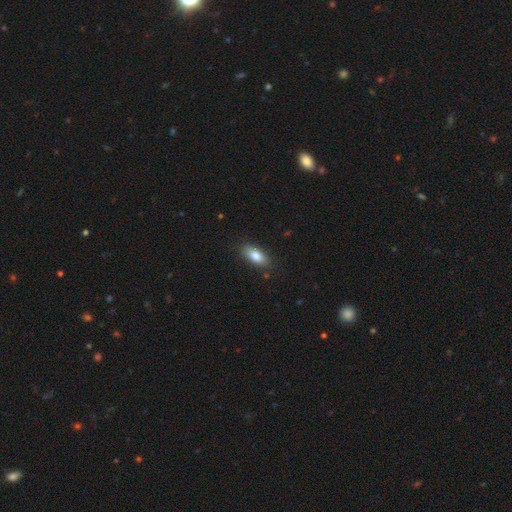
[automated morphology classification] The model was most divided on "smooth or featured": smooth: 81%, featured or disk: 11%, star or artifact: 7%. More confident: how rounded — in between (86%); merging — none (84%).